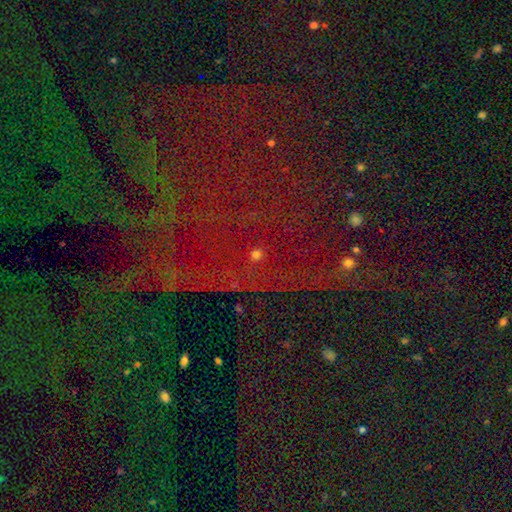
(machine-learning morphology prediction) smooth_or_featured: star or artifact (p=0.81) [alt: smooth p=0.10]